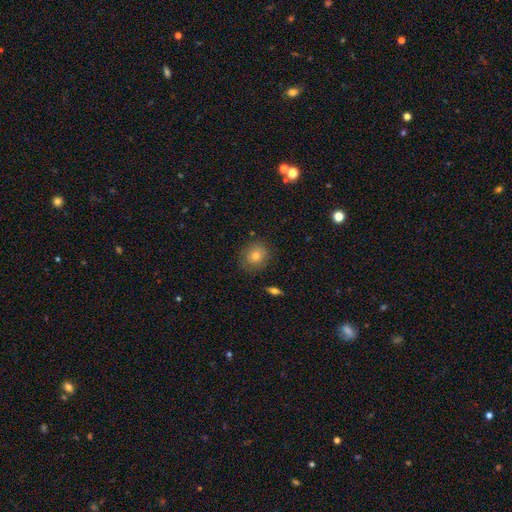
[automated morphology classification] smooth 72%, featured or disk 15%, star or artifact 13%. Down the decision tree: how rounded — round (82%); merging — none (83%).